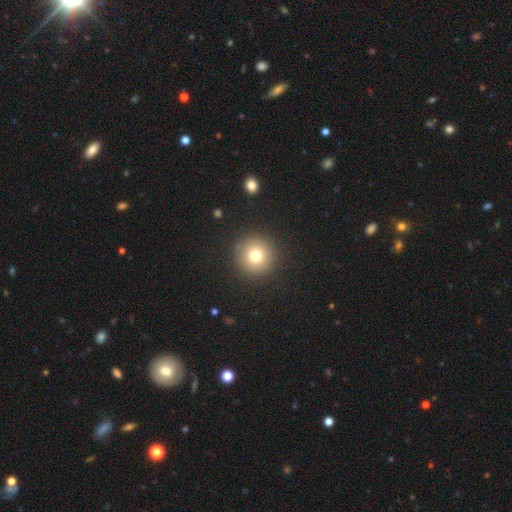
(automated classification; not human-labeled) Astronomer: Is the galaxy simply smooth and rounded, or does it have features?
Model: smooth — 76%.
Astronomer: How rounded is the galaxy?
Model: round — 95%.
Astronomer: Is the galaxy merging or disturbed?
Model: none — 90%.